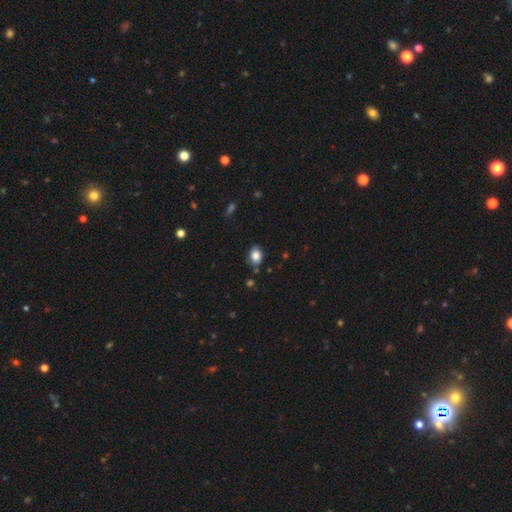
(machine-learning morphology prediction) A smooth galaxy with no disk features (84%) that is in between round and cigar-shaped (73%).

Vote fractions:
- Smooth or featured? smooth: 84% / star or artifact: 9% / featured or disk: 7%
- How rounded? in between: 73% / round: 26% / cigar-shaped: 1%
- Merging? none: 80% / minor disturbance: 14% / merger: 3% / major disturbance: 3%